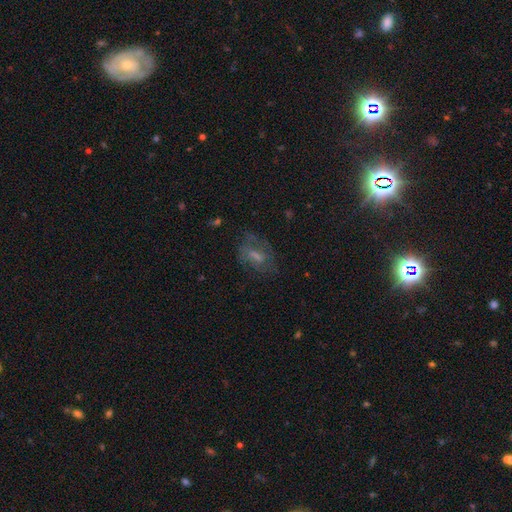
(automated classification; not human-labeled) Smooth or featured: featured or disk — 44% (smooth — 42%)
Merging: none — 55% (minor disturbance — 22%)